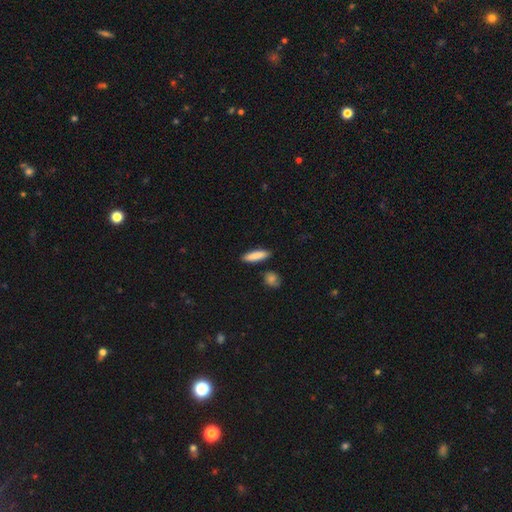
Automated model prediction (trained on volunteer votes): Overall: smooth (86%). How rounded: cigar-shaped (67%; in between 31%). Merging: none (87%).